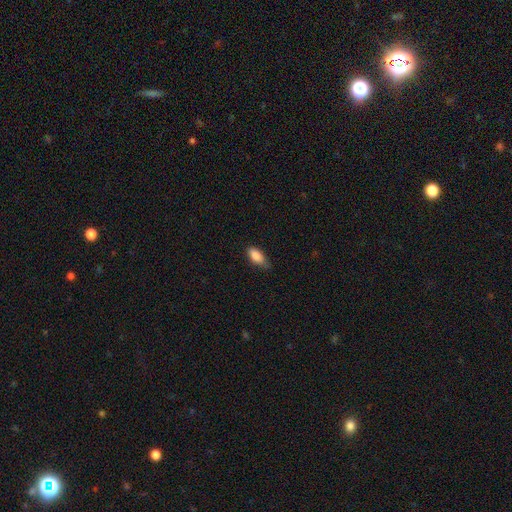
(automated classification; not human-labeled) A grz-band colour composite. It shows a smooth galaxy with no disk features (86%) that is in between round and cigar-shaped (87%). Merging: none (59%).